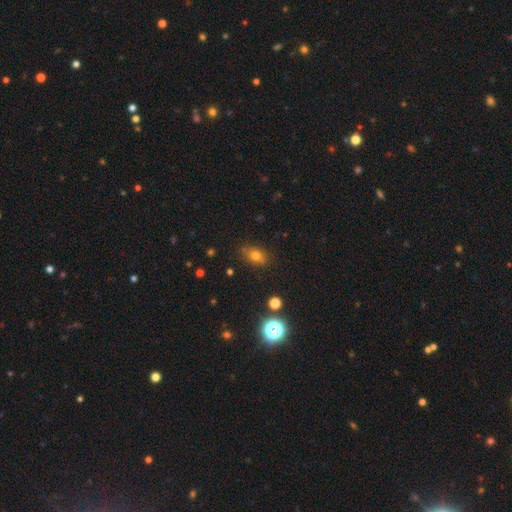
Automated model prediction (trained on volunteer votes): Smooth or featured? Predicted: smooth (p=0.72). How rounded? Predicted: in between (p=0.73). Merging? Predicted: none (p=0.81).